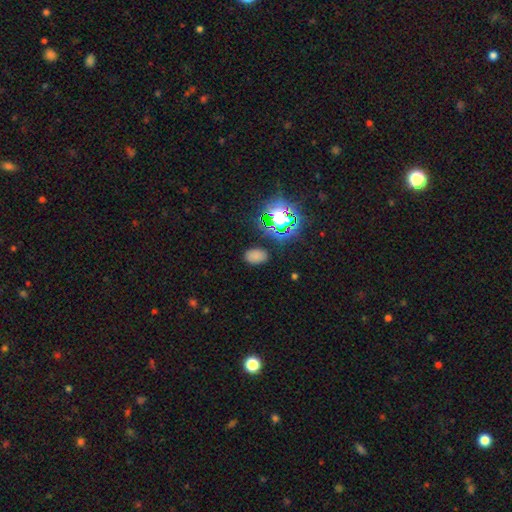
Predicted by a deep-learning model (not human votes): smooth 67%, star or artifact 26%, featured or disk 7%. Down the decision tree: how rounded — in between (87%); merging — none (83%).